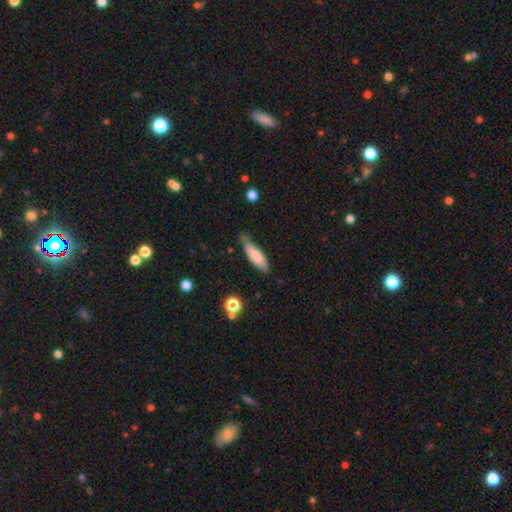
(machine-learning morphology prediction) A smooth galaxy with no disk features (78%) that is cigar-shaped (57%).

Vote fractions:
- Smooth or featured? smooth: 78% / featured or disk: 16% / star or artifact: 6%
- How rounded? cigar-shaped: 57% / in between: 41% / round: 2%
- Merging? none: 53% / minor disturbance: 35% / major disturbance: 8% / merger: 4%